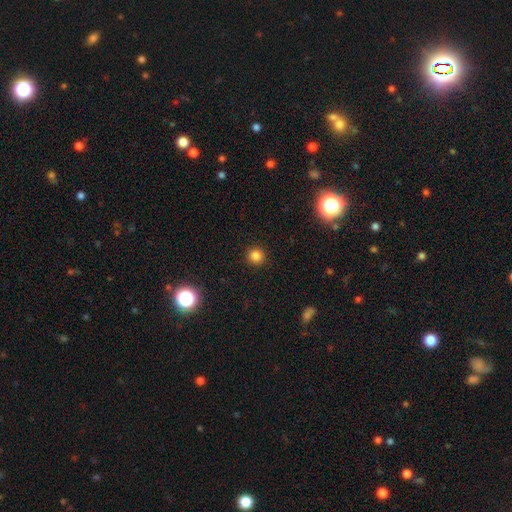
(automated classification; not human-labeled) A smooth galaxy with no disk features (82%) that is round (94%).

Vote fractions:
- Smooth or featured? smooth: 82% / star or artifact: 14% / featured or disk: 4%
- How rounded? round: 94% / in between: 5% / cigar-shaped: 1%
- Merging? none: 92% / minor disturbance: 5% / major disturbance: 2% / merger: 1%